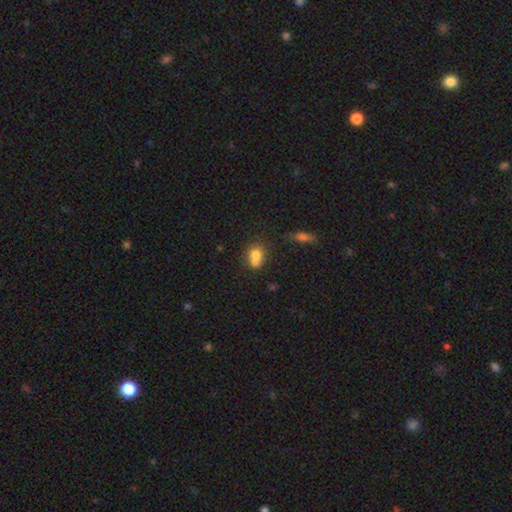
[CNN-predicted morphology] Smooth or featured: smooth — 72% (featured or disk — 17%)
How rounded: round — 54% (in between — 45%)
Merging: merger — 53% (none — 30%)